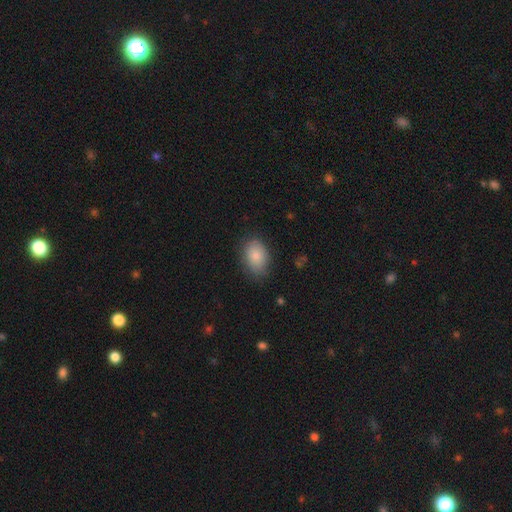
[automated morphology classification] Smooth or featured: smooth — 84% (featured or disk — 8%)
How rounded: in between — 79% (round — 20%)
Merging: none — 78% (minor disturbance — 17%)